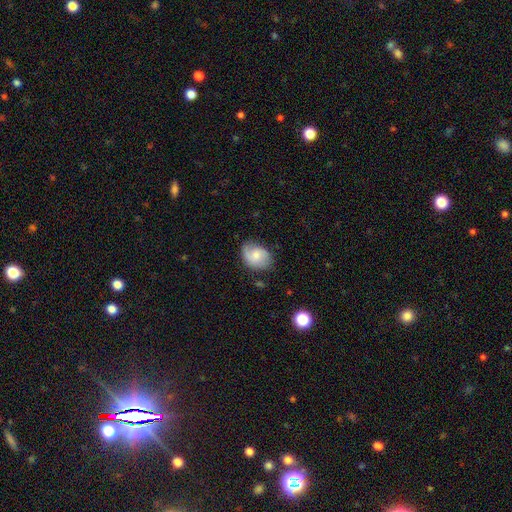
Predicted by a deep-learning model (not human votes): smooth-or-featured: smooth: 54% | featured or disk: 38% | star or artifact: 8%
  how-rounded: in between: 65% | round: 34% | cigar-shaped: 1%
  merging: none: 64% | minor disturbance: 26% | major disturbance: 8% | merger: 2%